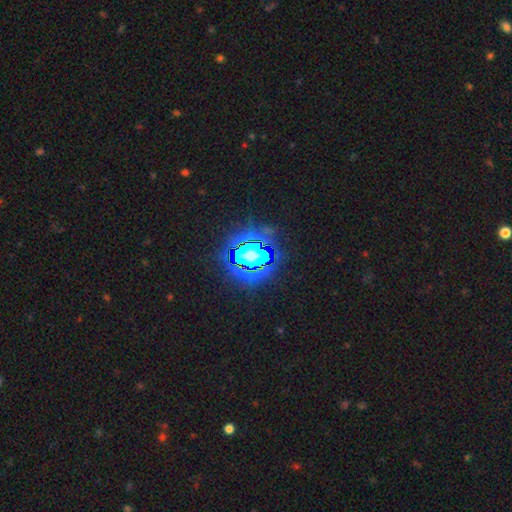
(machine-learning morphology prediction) Q: Smooth or featured?
A: star or artifact (70%); runner-up: smooth (16%)